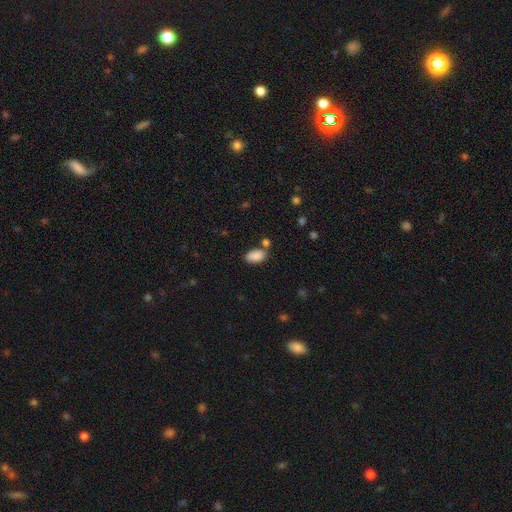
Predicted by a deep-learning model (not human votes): Smooth or featured: smooth — 88% (star or artifact — 8%)
How rounded: in between — 93% (round — 5%)
Merging: none — 70% (minor disturbance — 13%)